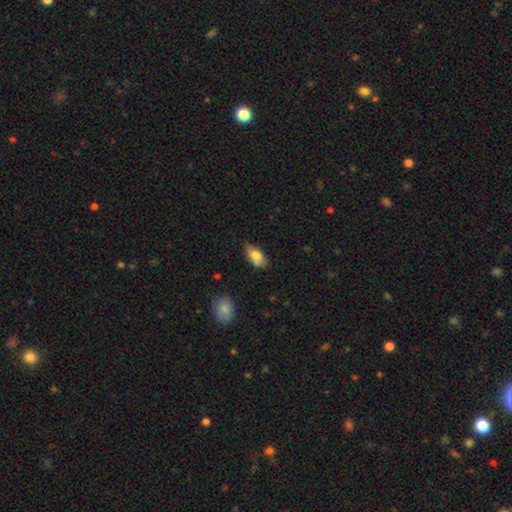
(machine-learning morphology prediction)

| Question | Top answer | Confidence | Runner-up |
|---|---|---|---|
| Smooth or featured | smooth | 72% | featured or disk (20%) |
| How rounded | in between | 89% | cigar-shaped (6%) |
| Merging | none | 58% | minor disturbance (26%) |